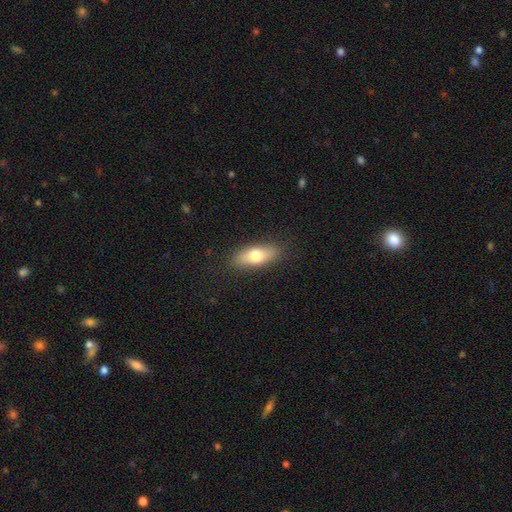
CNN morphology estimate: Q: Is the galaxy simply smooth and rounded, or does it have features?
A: smooth — 73%.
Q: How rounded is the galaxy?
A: in between — 73%.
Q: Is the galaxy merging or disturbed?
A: none — 86%.